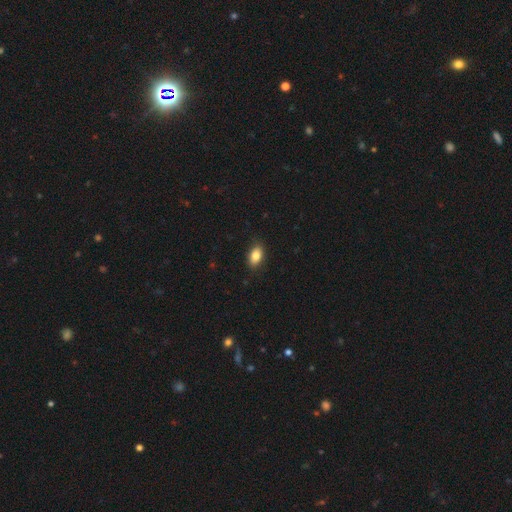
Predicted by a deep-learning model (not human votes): Q: Smooth or featured?
A: smooth (84%); runner-up: featured or disk (8%)
Q: How rounded?
A: in between (89%); runner-up: round (9%)
Q: Merging?
A: none (87%); runner-up: minor disturbance (10%)